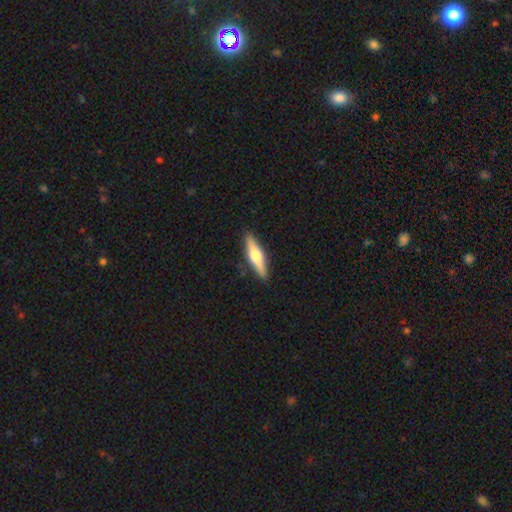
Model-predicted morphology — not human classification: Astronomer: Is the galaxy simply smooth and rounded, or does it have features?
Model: featured or disk — 51% (runner-up: smooth, 44%).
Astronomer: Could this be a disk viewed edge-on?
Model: yes — 95%.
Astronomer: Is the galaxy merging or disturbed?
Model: none — 90%.